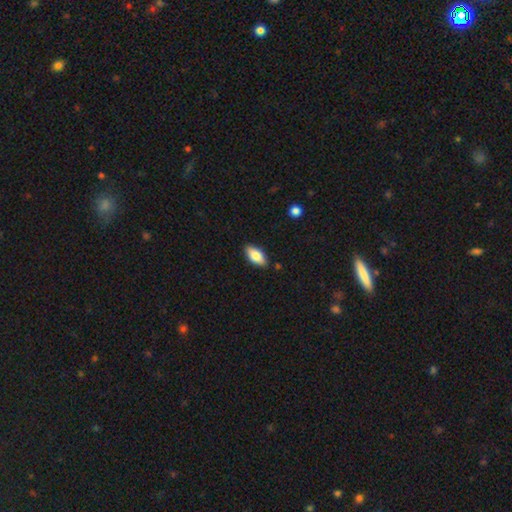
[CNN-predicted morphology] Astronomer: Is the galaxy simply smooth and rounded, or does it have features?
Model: smooth — 80%.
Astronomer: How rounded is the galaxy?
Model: in between — 89%.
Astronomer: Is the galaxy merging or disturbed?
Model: none — 86%.